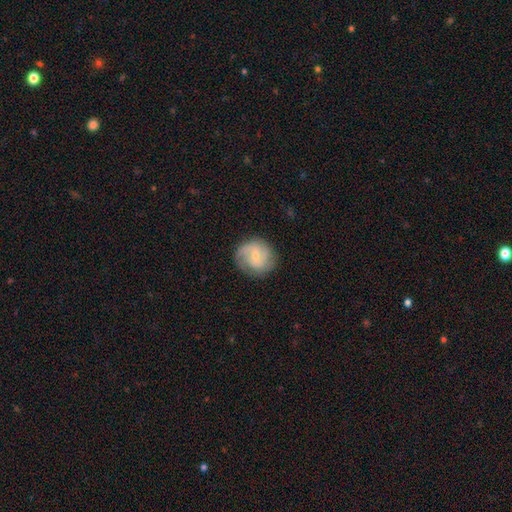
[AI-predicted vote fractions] Morphology: type=featured or disk (61%); edge-on=no (98%); bar=weak (50%); spiral arms=yes (88%); winding=medium (41%, tied with tight); arm count=2 (54%); bulge=small (56%); merging=none (75%).